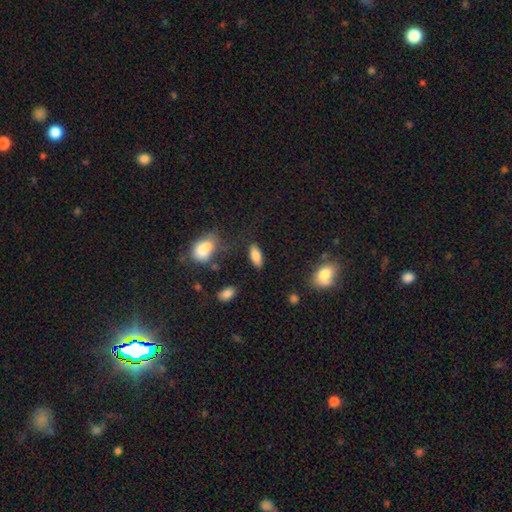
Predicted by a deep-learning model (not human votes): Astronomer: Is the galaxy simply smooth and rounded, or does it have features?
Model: smooth — 82%.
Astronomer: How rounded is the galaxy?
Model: in between — 82%.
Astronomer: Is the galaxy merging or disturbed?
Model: none — 80%.